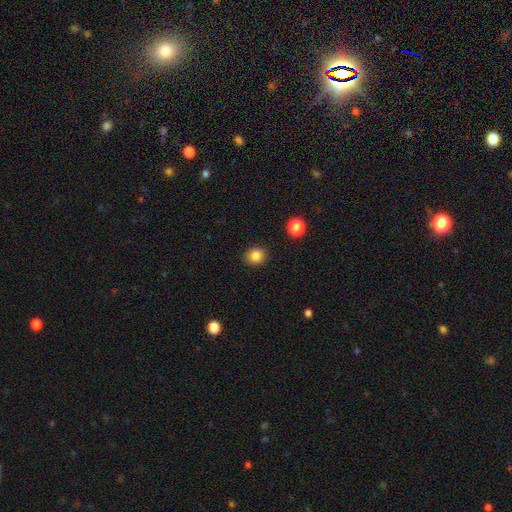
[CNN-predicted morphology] smooth-or-featured: smooth: 84% | star or artifact: 11% | featured or disk: 5%
  how-rounded: round: 72% | in between: 27% | cigar-shaped: 1%
  merging: none: 89% | minor disturbance: 7% | major disturbance: 2% | merger: 1%